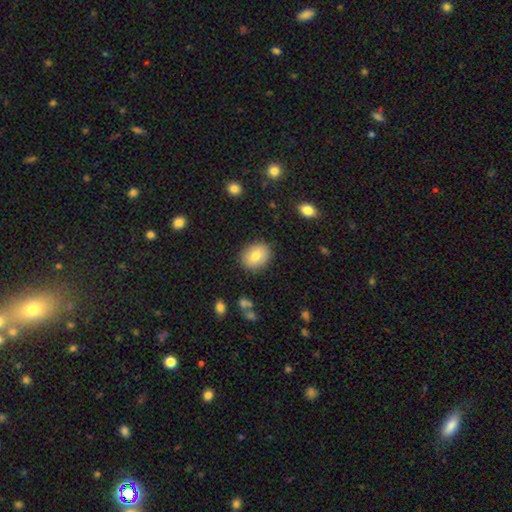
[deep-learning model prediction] Smooth or featured? Predicted: smooth (p=0.80). How rounded? Predicted: in between (p=0.53). Merging? Predicted: none (p=0.85).